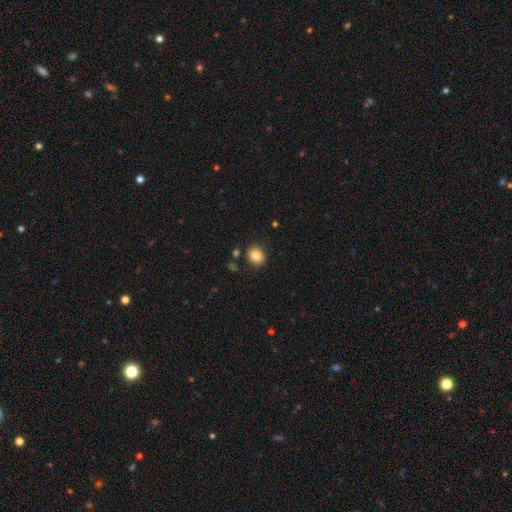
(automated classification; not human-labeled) Morphology: type=smooth (85%); roundness=round (62%); merging=none (85%).